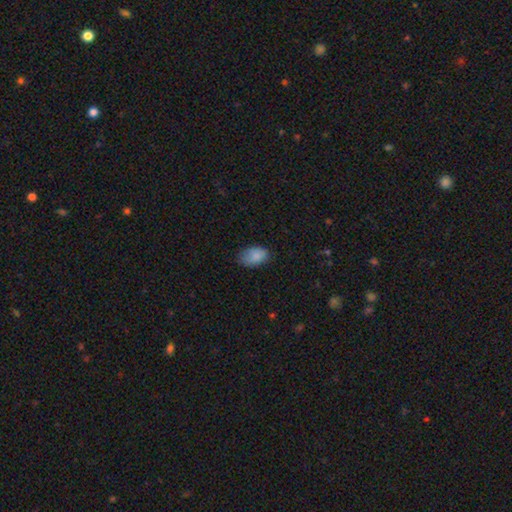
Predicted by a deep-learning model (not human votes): Overall: smooth (87%). How rounded: in between (91%). Merging: none (71%).